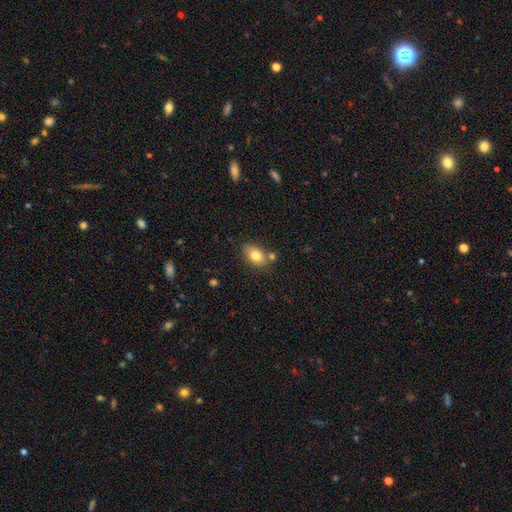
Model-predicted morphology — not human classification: A smooth galaxy with no disk features (79%) that is in between round and cigar-shaped (85%). Merging: none (70%).